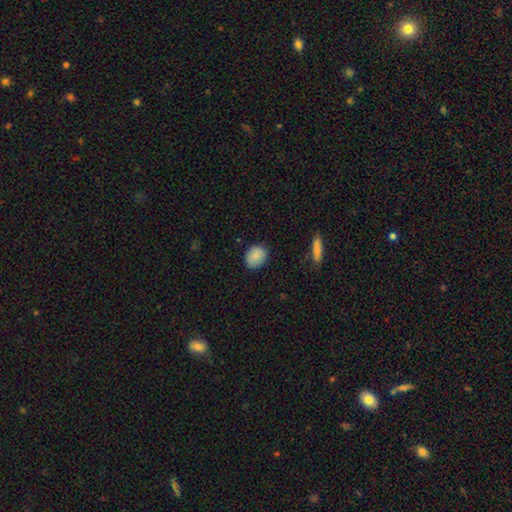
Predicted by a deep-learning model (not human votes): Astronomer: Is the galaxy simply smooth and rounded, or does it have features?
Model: smooth — 87%.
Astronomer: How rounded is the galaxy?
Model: round — 50% (runner-up: in between, 48%).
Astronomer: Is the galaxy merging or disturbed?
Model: none — 82%.